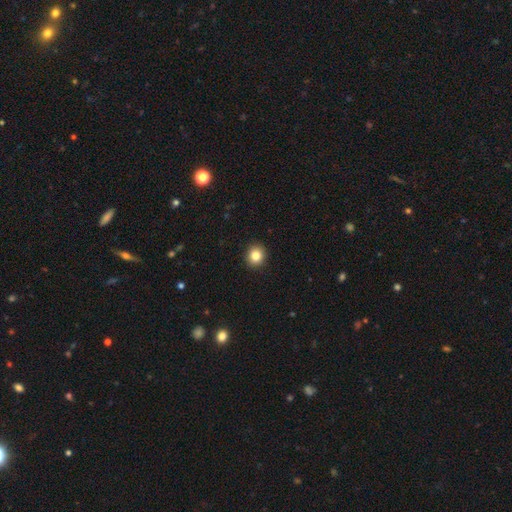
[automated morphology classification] Smooth or featured? Predicted: smooth (p=0.84). How rounded? Predicted: round (p=0.84). Merging? Predicted: none (p=0.92).